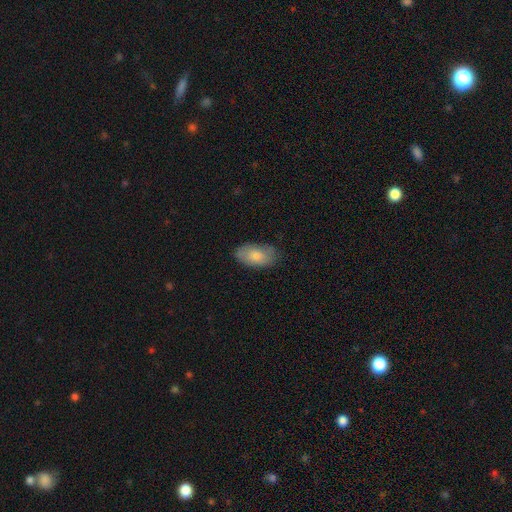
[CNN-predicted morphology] Smooth or featured: smooth — 78% (featured or disk — 16%)
How rounded: in between — 93% (round — 4%)
Merging: none — 77% (minor disturbance — 18%)